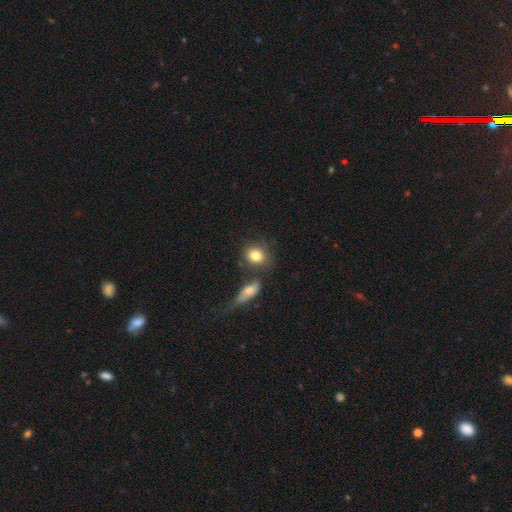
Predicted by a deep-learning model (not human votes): A smooth galaxy with no disk features (83%) that is round (58%).

Vote fractions:
- Smooth or featured? smooth: 83% / featured or disk: 9% / star or artifact: 8%
- How rounded? round: 58% / in between: 40% / cigar-shaped: 2%
- Merging? none: 62% / merger: 19% / minor disturbance: 14% / major disturbance: 6%